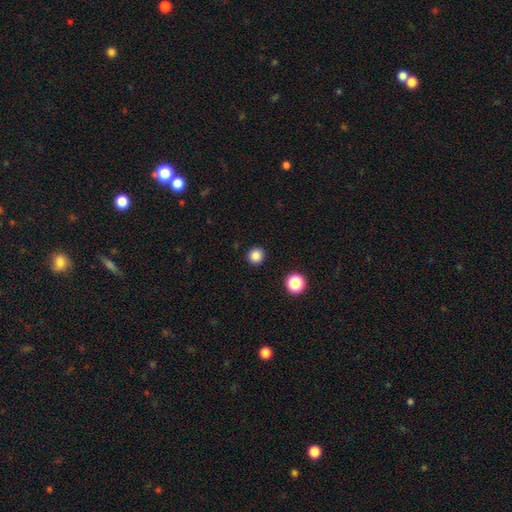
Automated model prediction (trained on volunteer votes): Smooth or featured: smooth — 85% (star or artifact — 12%)
How rounded: round — 95% (in between — 4%)
Merging: none — 93% (minor disturbance — 4%)